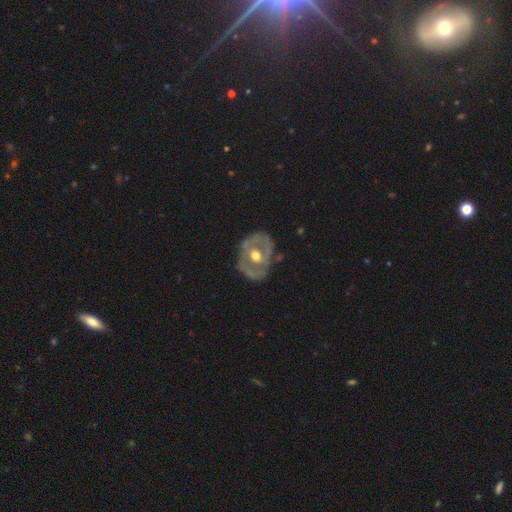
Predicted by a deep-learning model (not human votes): Overall: featured or disk (73%). Edge-on disk: no (96%). Bar: no (65%; weak 26%). Spiral arms: no (55%; yes 45%). Bulge size: moderate (77%). Merging: none (67%).